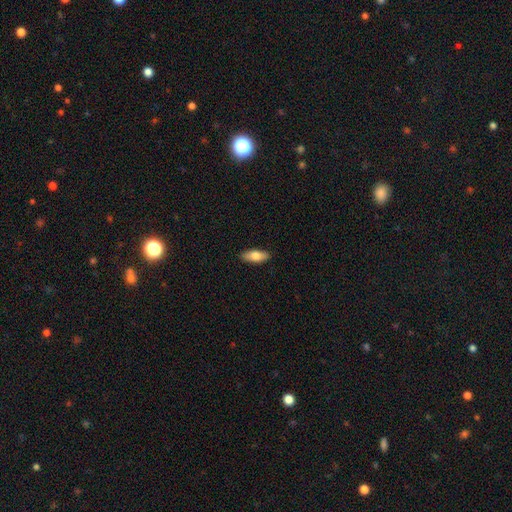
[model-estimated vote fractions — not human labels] This appears to be a smooth galaxy with no disk features (76%) that is in between round and cigar-shaped (78%). Merging: none (89%).